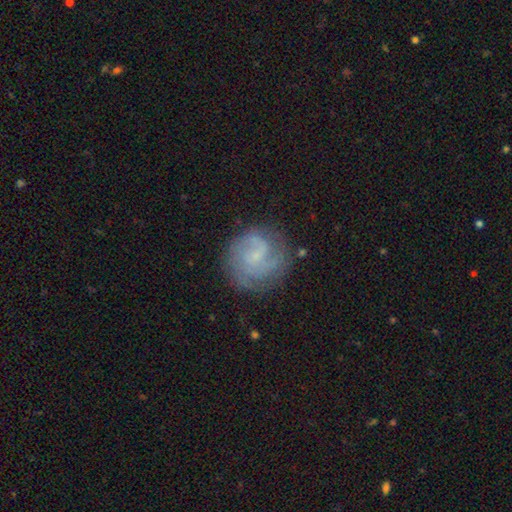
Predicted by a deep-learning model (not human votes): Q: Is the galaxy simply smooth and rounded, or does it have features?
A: featured or disk — 72%.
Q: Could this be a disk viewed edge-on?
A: no — 98%.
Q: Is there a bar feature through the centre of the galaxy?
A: no — 53%.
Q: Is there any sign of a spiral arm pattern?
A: yes — 91%.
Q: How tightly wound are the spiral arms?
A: medium — 41%, tied with tight.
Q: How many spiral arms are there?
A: can't tell — 30%.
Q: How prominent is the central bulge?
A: small — 63%.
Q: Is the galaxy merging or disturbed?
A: none — 71%.